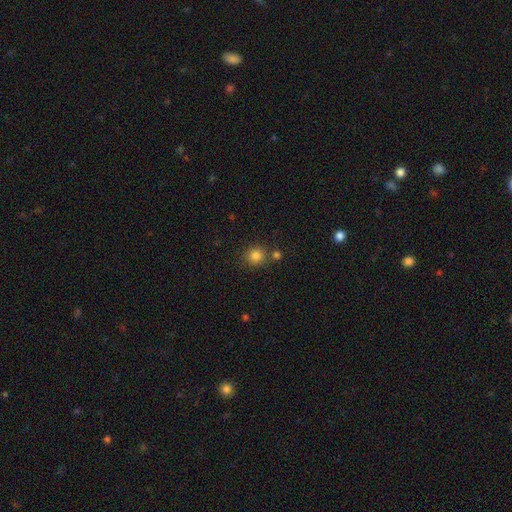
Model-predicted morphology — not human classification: Smooth or featured? smooth (83%)
How rounded? round (89%)
Merging? none (75%)